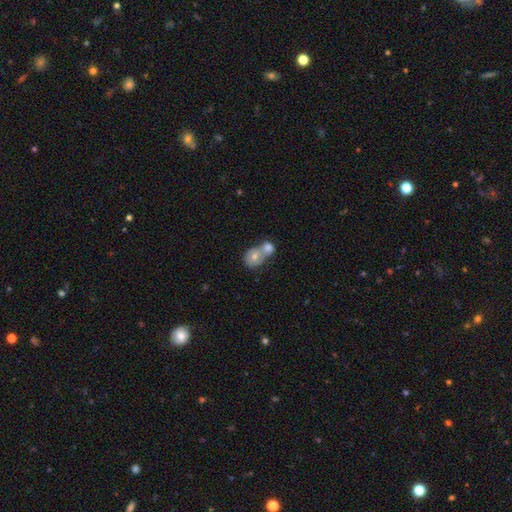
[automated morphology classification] This appears to be a smooth galaxy with no disk features (66%) that is round (53%). Merging: merger (73%).